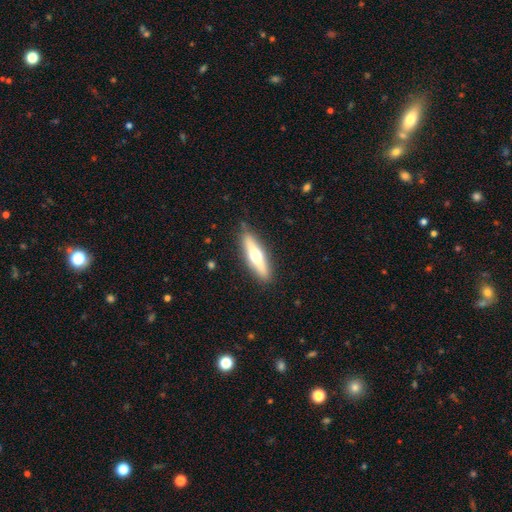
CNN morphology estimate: Smooth or featured?
  - featured or disk: 53% *
  - smooth: 41%
  - star or artifact: 6%
Edge-on disk?
  - yes: 91% *
  - no: 9%
Merging?
  - none: 86% *
  - minor disturbance: 10%
  - major disturbance: 2%
  - merger: 1%